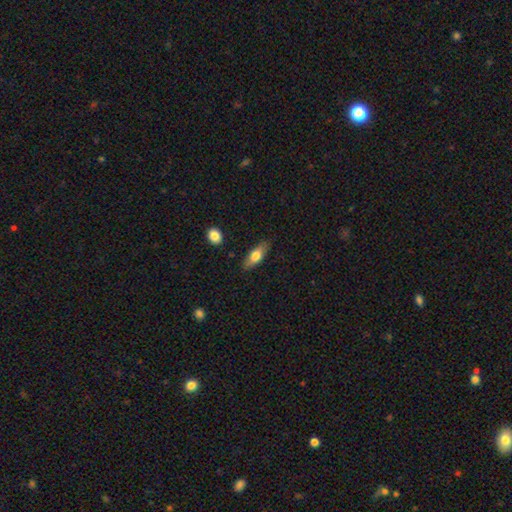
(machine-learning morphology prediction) This is likely a smooth galaxy (71%). How rounded: likely in between (69%). Merging: clearly none (82%).